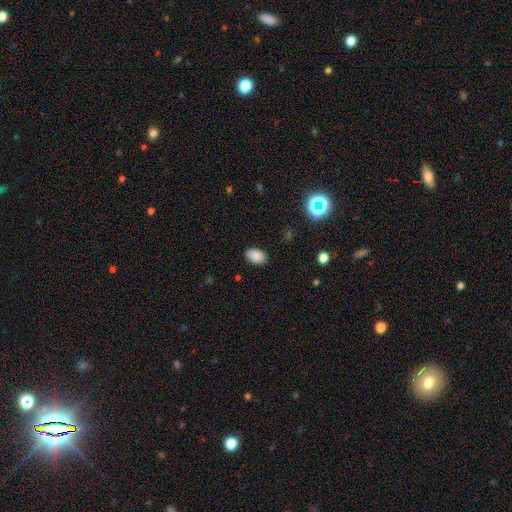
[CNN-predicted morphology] A smooth galaxy with no disk features (87%) that is in between round and cigar-shaped (89%). Merging: none (86%).